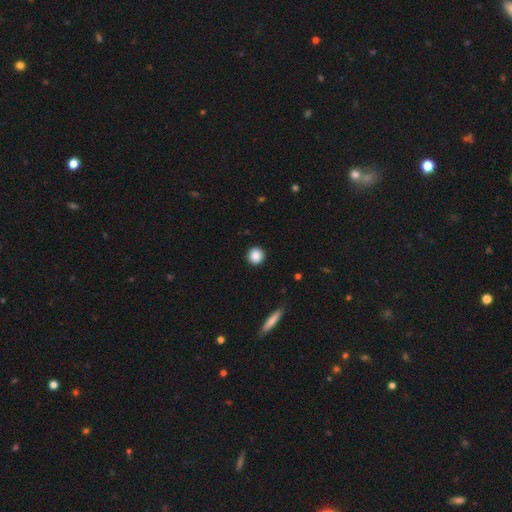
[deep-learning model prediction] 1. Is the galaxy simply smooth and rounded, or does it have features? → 88% smooth, 9% star or artifact, 4% featured or disk.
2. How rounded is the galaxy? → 93% round, 6% in between, 1% cigar-shaped.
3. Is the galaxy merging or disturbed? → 92% none, 5% minor disturbance, 2% major disturbance, 1% merger.